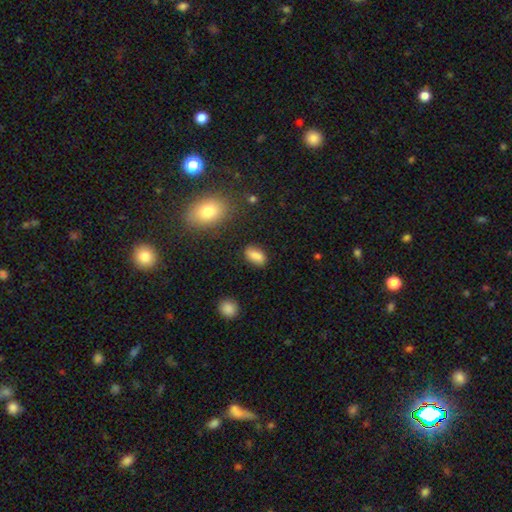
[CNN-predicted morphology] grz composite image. It shows a smooth galaxy with no disk features (83%) that is in between round and cigar-shaped (89%). Merging: none (79%).